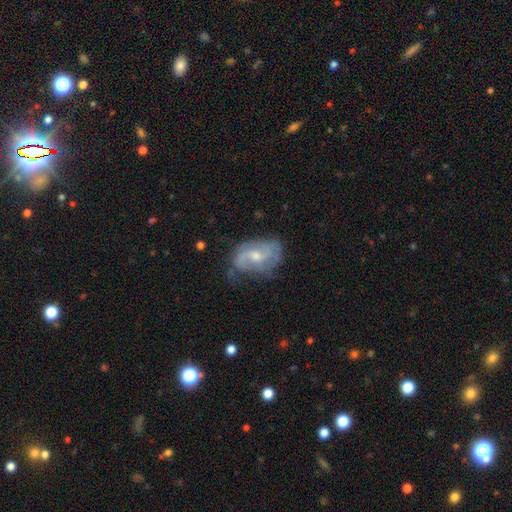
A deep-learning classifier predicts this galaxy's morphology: smooth-or-featured: featured or disk: 80% | smooth: 14% | star or artifact: 6%
  disk-edge-on: no: 97% | yes: 3%
    bar: no: 45% (tied) | weak: 45% (tied) | strong: 10%
    has-spiral-arms: yes: 91% | no: 9%
      spiral-winding: medium: 45% | tight: 28% | loose: 27%
      spiral-arm-count: 2: 58% | can't tell: 19% | 3: 13% | 1: 5% | 4: 3% | more than 4: 3%
    bulge-size: moderate: 54% | small: 41% | none: 2% | large: 2% | dominant: 1%
  merging: none: 57% | minor disturbance: 28% | major disturbance: 13% | merger: 2%